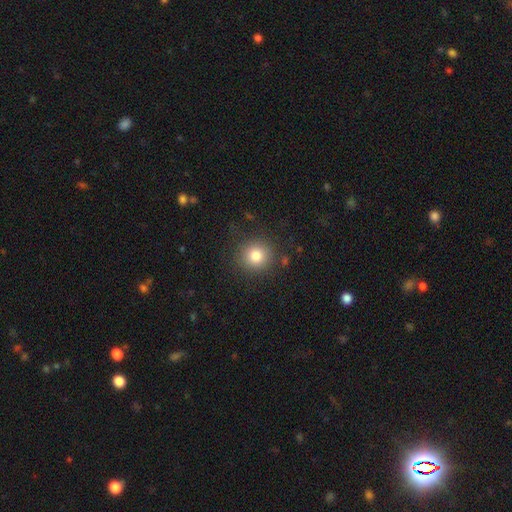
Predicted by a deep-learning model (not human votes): Q: Smooth or featured?
A: smooth (81%); runner-up: star or artifact (12%)
Q: How rounded?
A: round (90%); runner-up: in between (9%)
Q: Merging?
A: none (87%); runner-up: minor disturbance (8%)